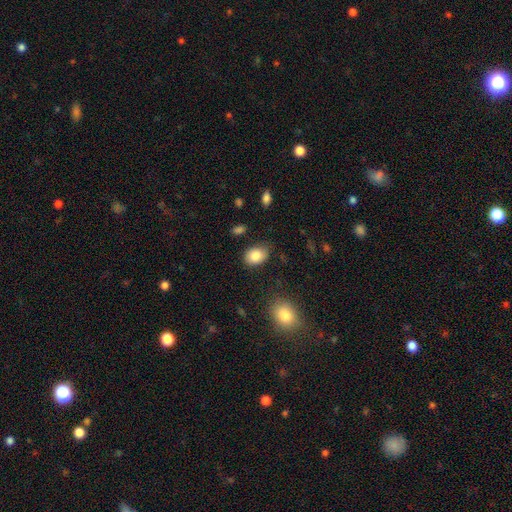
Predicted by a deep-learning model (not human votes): Overall: smooth (85%). How rounded: in between (72%). Merging: none (75%).